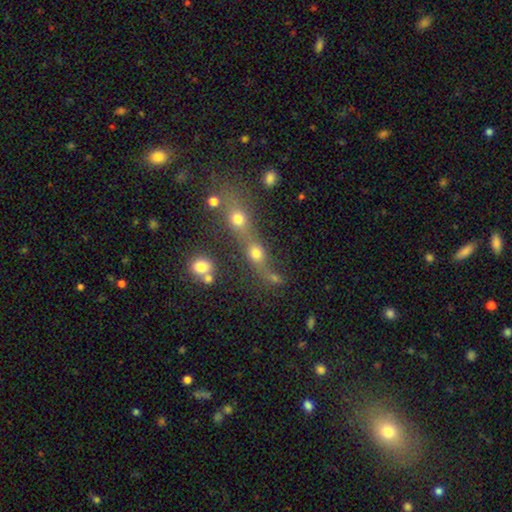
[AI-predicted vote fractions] Smooth or featured: smooth — 40% (star or artifact — 35%)
Merging: merger — 44% (none — 40%)